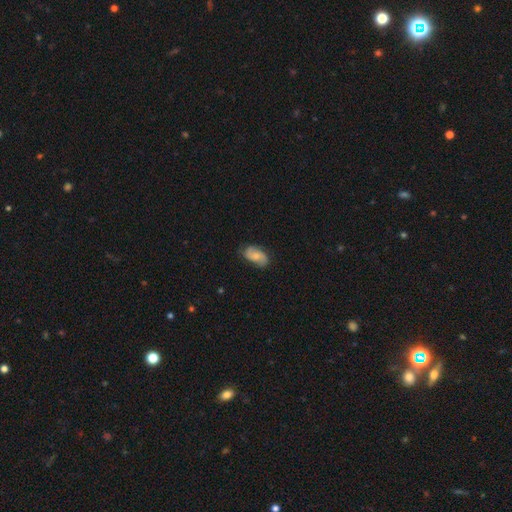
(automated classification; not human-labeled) Q: Smooth or featured?
A: smooth (50%); runner-up: featured or disk (43%)
Q: How rounded?
A: in between (91%); runner-up: round (6%)
Q: Merging?
A: none (70%); runner-up: minor disturbance (23%)